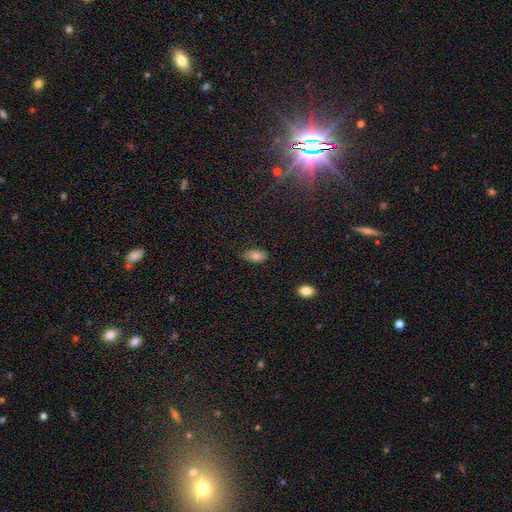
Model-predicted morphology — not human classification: A smooth galaxy with no disk features (78%) that is in between round and cigar-shaped (90%).

Vote fractions:
- Smooth or featured? smooth: 78% / featured or disk: 13% / star or artifact: 9%
- How rounded? in between: 90% / round: 6% / cigar-shaped: 3%
- Merging? none: 81% / minor disturbance: 16% / major disturbance: 2% / merger: 1%